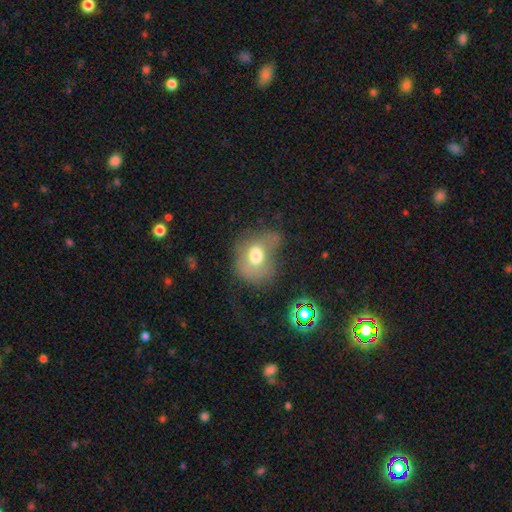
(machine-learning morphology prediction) Smooth or featured?
  - smooth: 57% *
  - featured or disk: 31%
  - star or artifact: 12%
How rounded?
  - in between: 58% *
  - round: 40%
  - cigar-shaped: 1%
Merging?
  - major disturbance: 36% *
  - none: 31%
  - minor disturbance: 28%
  - merger: 5%